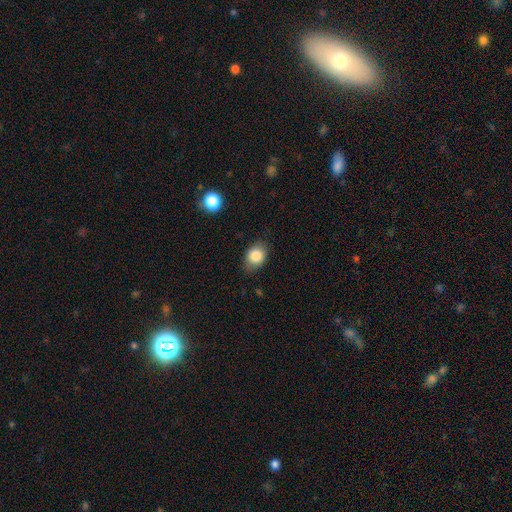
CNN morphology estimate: Smooth or featured? smooth (84%)
How rounded? in between (65%)
Merging? none (78%)